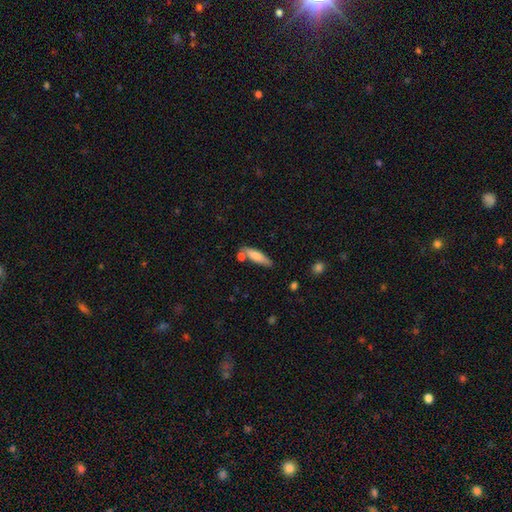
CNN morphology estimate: The model was most divided on "how rounded": cigar-shaped: 67%, in between: 31%, round: 2%. More confident: smooth or featured — smooth (74%); merging — none (69%).